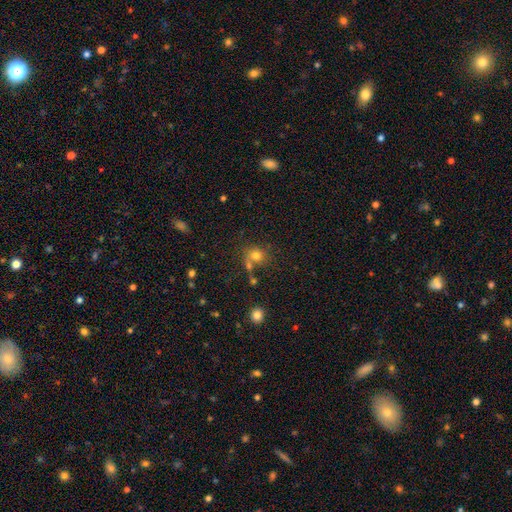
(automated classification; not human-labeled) The model was most divided on "merging": none: 55%, merger: 25%, minor disturbance: 13%, major disturbance: 7%. More confident: how rounded — round (75%); smooth or featured — smooth (75%).